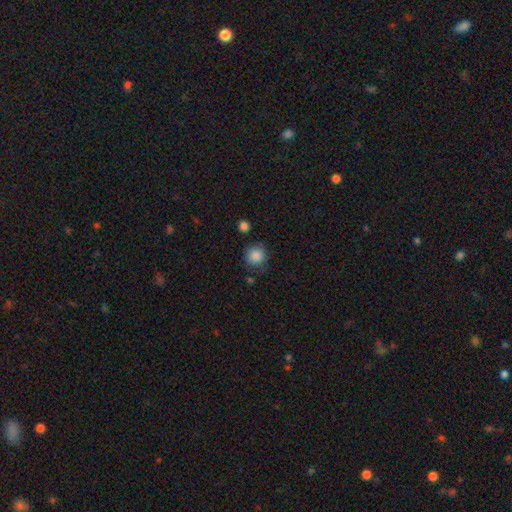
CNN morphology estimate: Smooth or featured: smooth — 87% (star or artifact — 9%)
How rounded: round — 90% (in between — 9%)
Merging: none — 76% (minor disturbance — 16%)